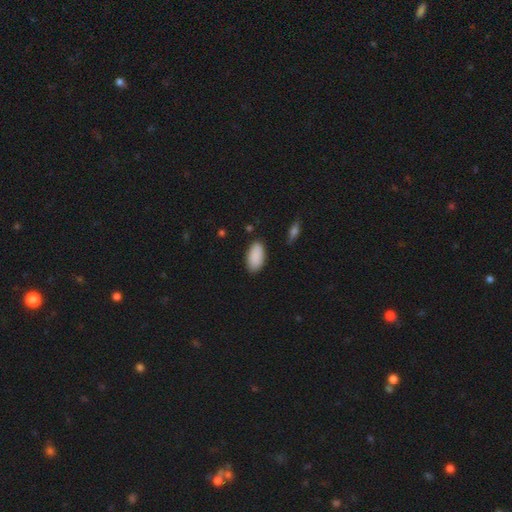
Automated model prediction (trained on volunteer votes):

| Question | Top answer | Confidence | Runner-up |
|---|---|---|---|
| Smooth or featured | smooth | 90% | star or artifact (6%) |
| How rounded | in between | 95% | cigar-shaped (3%) |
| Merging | none | 84% | minor disturbance (12%) |